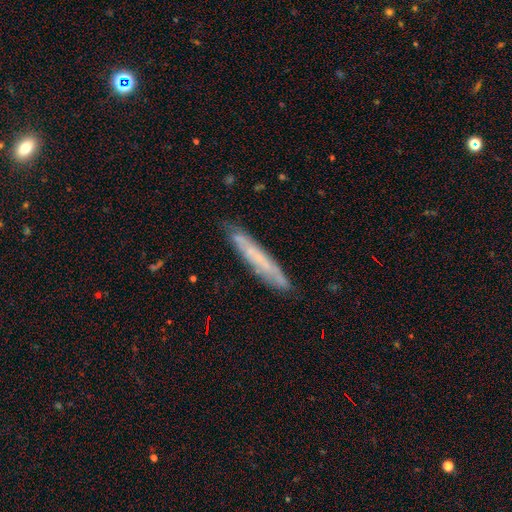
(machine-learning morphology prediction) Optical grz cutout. It shows a featured or disk galaxy (52%) viewed edge-on (73%). Merging: none (81%).